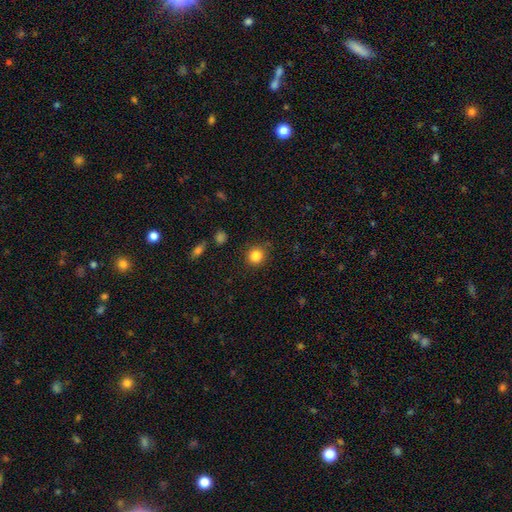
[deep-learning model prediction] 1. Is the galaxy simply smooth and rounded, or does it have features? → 84% smooth, 11% star or artifact, 5% featured or disk.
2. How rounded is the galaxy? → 91% round, 8% in between, 1% cigar-shaped.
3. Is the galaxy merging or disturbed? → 86% none, 10% minor disturbance, 3% major disturbance, 2% merger.